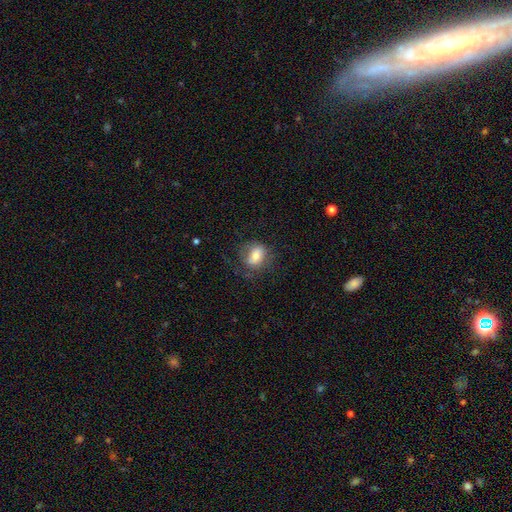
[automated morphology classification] smooth-or-featured: smooth: 66% | featured or disk: 25% | star or artifact: 9%
  how-rounded: in between: 52% | round: 46% | cigar-shaped: 2%
  merging: none: 64% | minor disturbance: 21% | major disturbance: 14% | merger: 1%